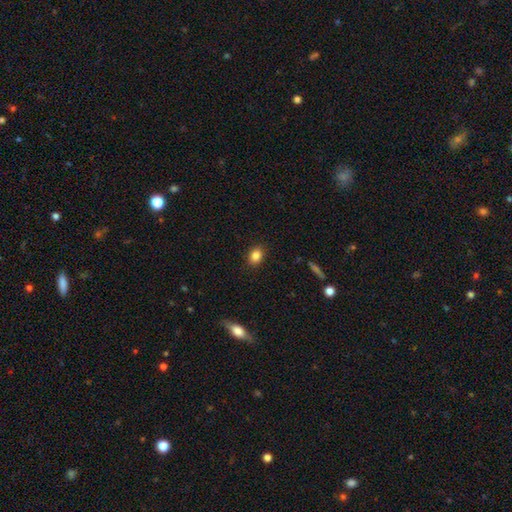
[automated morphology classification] A smooth galaxy with no disk features (84%) that is in between round and cigar-shaped (64%).

Vote fractions:
- Smooth or featured? smooth: 84% / star or artifact: 10% / featured or disk: 6%
- How rounded? in between: 64% / round: 35% / cigar-shaped: 1%
- Merging? none: 89% / minor disturbance: 8% / major disturbance: 2% / merger: 1%